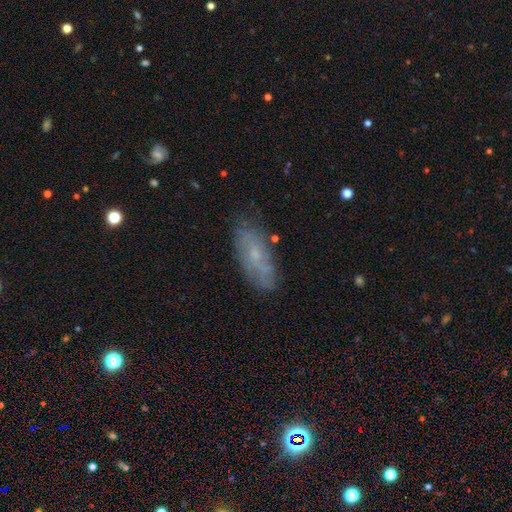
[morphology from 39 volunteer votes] Q: Smooth or featured?
A: smooth (51%); runner-up: featured or disk (41%)
Q: How rounded?
A: in between (80%); runner-up: cigar-shaped (15%)
Q: Merging?
A: none (69%); runner-up: minor disturbance (22%)